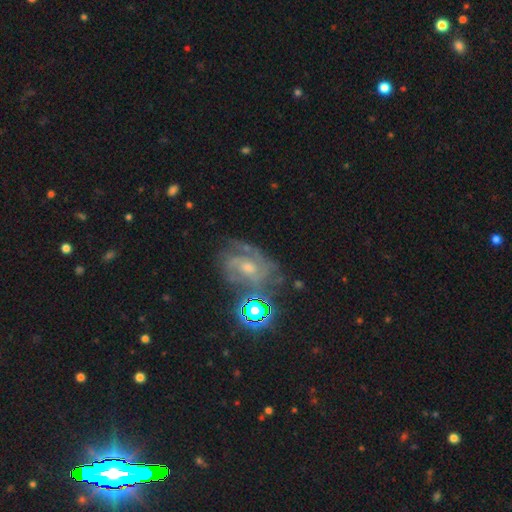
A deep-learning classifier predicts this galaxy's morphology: featured or disk 67%, star or artifact 22%, smooth 11%. Down the decision tree: edge-on disk — no (96%); bar — no (43%); spiral arms — yes (91%); spiral arm count — 2 (35%); spiral winding — tight (51%); bulge size — small (65%); merging — none (66%).